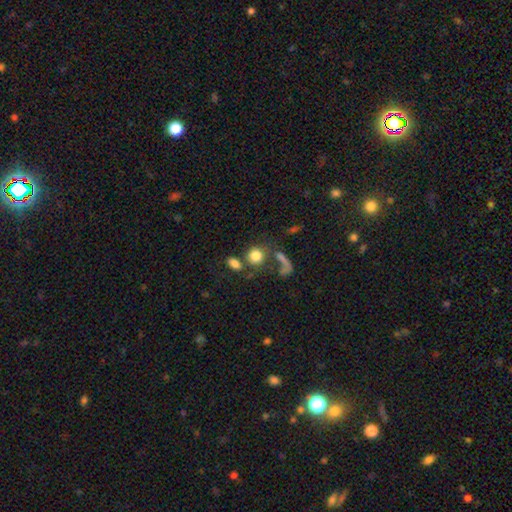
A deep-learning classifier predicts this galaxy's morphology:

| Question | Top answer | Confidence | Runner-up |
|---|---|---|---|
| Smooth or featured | smooth | 80% | featured or disk (10%) |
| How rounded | round | 73% | in between (25%) |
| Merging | none | 47% | merger (30%) |